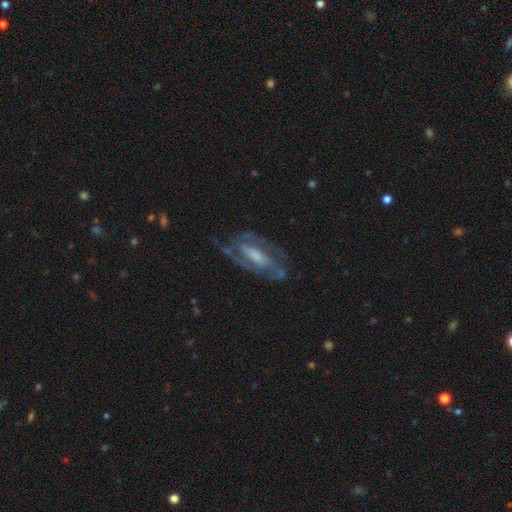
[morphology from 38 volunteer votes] A featured or disk galaxy (89%) with a strong bar (47%), 2 (93%) medium (48%) spiral arms (79%) and a small central bulge (44%).

Vote fractions:
- Smooth or featured? featured or disk: 89% / smooth: 5% / star or artifact: 5%
- Edge-on disk? no: 100% / yes: 0%
- Bar? strong: 47% / weak: 32% / no: 21%
- Spiral arms? yes: 79% / no: 21%
- Spiral winding? medium: 48% / tight: 44% / loose: 7%
- Spiral arm count? 2: 93% / 1: 4% / 3: 4% / 4: 0% / more than 4: 0% / can't tell: 0%
- Bulge size? small: 44% / moderate: 26% / large: 21% / none: 9% / dominant: 0%
- Merging? none: 72% / minor disturbance: 19% / major disturbance: 8% / merger: 0%